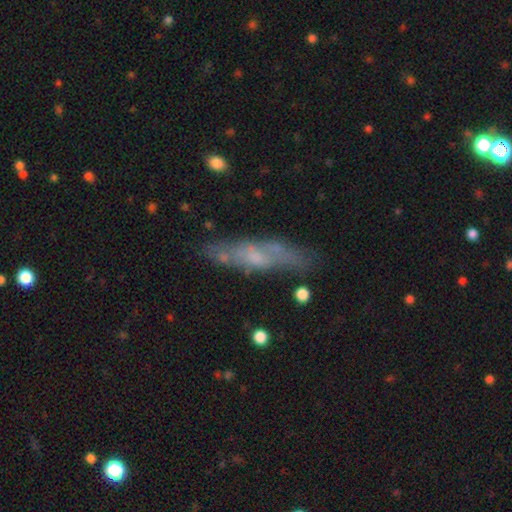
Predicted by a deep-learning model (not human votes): Overall: featured or disk (51%; smooth 41%). Edge-on disk: yes (52%; no 48%). Merging: none (65%).